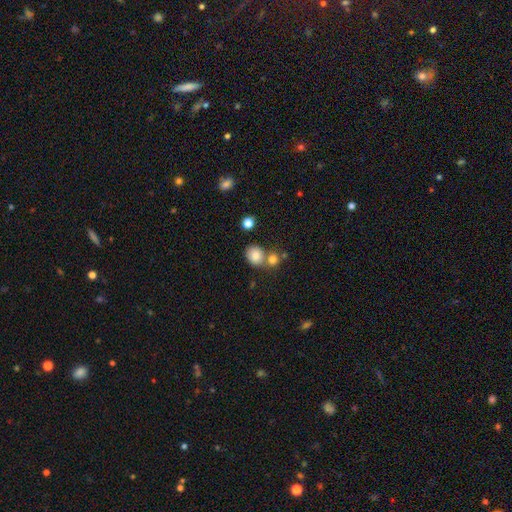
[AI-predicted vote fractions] A smooth galaxy with no disk features (82%) that is round (62%). Merging: none (54%).